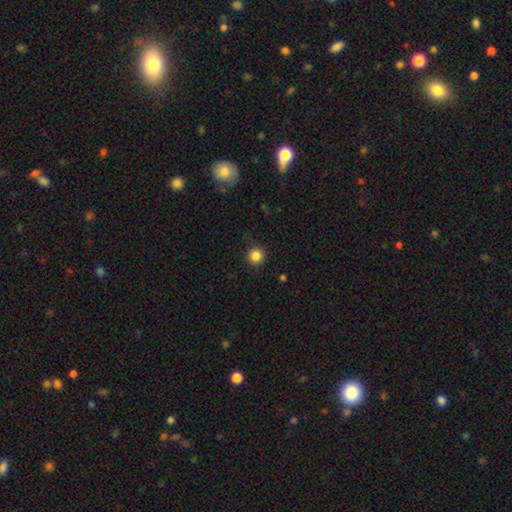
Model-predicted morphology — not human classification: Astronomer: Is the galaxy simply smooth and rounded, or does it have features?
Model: smooth — 85%.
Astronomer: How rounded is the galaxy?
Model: round — 95%.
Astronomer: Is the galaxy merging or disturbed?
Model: none — 90%.